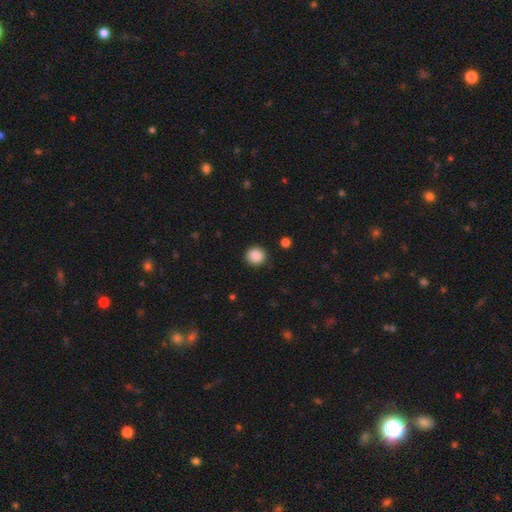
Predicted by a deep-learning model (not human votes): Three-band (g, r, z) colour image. It shows a smooth galaxy with no disk features (87%) that is round (88%). Merging: none (89%).